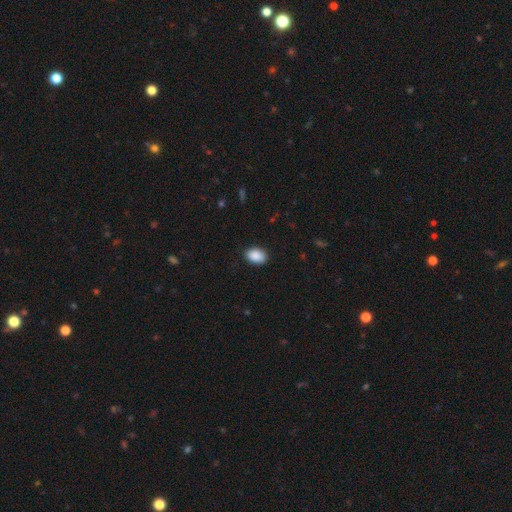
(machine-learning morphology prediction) Q: Smooth or featured?
A: smooth (90%); runner-up: star or artifact (7%)
Q: How rounded?
A: in between (86%); runner-up: round (13%)
Q: Merging?
A: none (87%); runner-up: minor disturbance (10%)